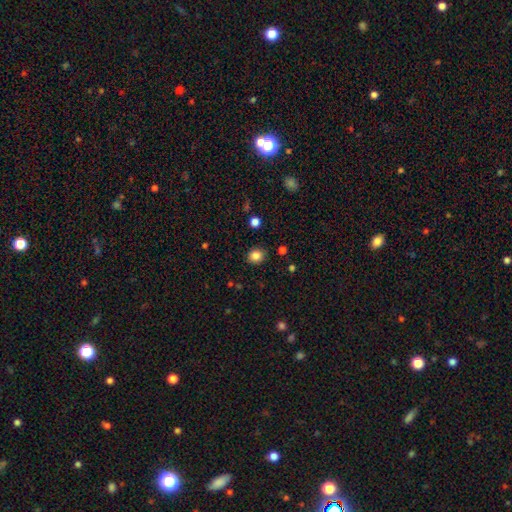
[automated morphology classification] type=smooth (84%); roundness=round (80%); merging=none (88%).